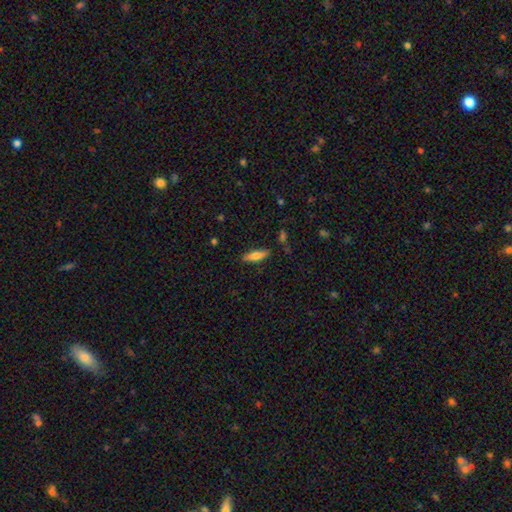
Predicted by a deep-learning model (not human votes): smooth 71%, featured or disk 22%, star or artifact 7%. Down the decision tree: how rounded — cigar-shaped (60%); merging — none (83%).